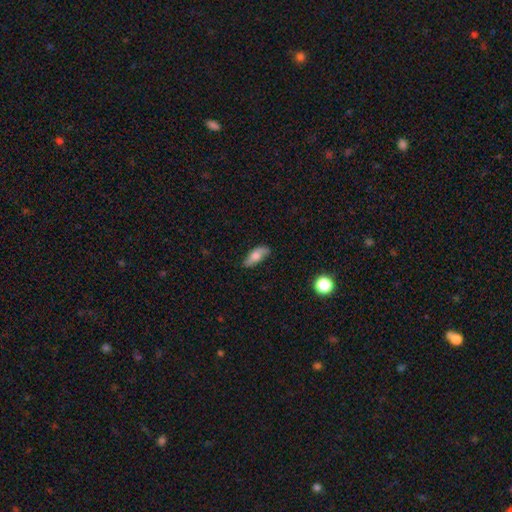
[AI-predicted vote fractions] Q: Smooth or featured?
A: smooth (65%); runner-up: featured or disk (28%)
Q: How rounded?
A: in between (77%); runner-up: cigar-shaped (19%)
Q: Merging?
A: none (76%); runner-up: minor disturbance (19%)